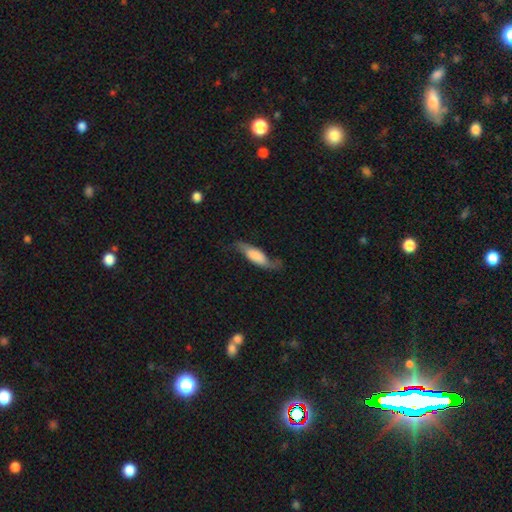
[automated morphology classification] type=smooth (49%); merging=none (57%).